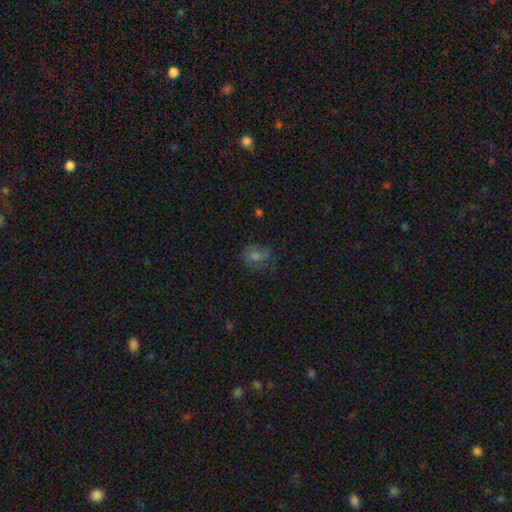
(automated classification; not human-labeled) smooth-or-featured: smooth: 51% | featured or disk: 26% | star or artifact: 23%
  how-rounded: round: 58% | in between: 41% | cigar-shaped: 2%
  merging: none: 62% | minor disturbance: 23% | major disturbance: 14% | merger: 2%